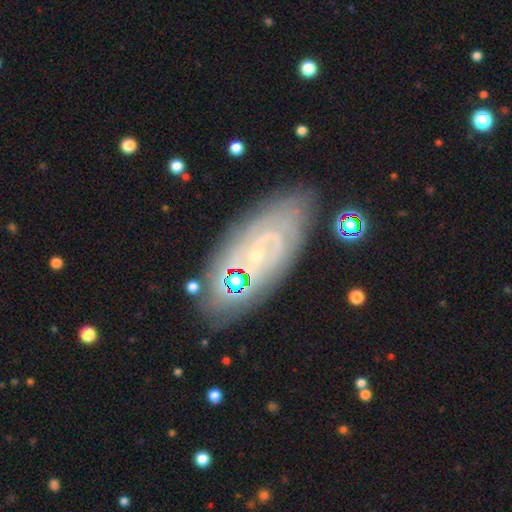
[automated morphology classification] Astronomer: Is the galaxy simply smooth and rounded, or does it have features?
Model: featured or disk — 79%.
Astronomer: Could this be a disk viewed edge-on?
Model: no — 92%.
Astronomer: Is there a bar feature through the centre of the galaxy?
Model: no — 60%.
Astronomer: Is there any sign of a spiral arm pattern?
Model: yes — 93%.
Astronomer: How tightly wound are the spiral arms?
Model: tight — 70%.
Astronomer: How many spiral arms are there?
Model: can't tell — 36% (runner-up: 2, 31%).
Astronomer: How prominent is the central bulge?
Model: small — 81%.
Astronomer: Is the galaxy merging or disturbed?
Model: none — 79%.